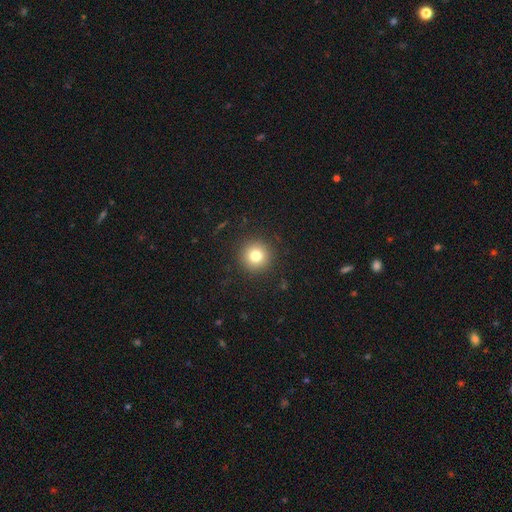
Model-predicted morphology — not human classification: A smooth galaxy with no disk features (78%) that is round (96%).

Vote fractions:
- Smooth or featured? smooth: 78% / star or artifact: 12% / featured or disk: 9%
- How rounded? round: 96% / in between: 3% / cigar-shaped: 1%
- Merging? none: 91% / minor disturbance: 5% / major disturbance: 2% / merger: 1%